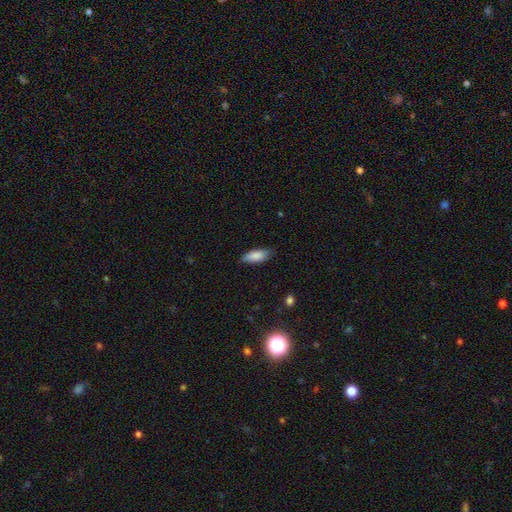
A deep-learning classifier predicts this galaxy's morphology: A smooth galaxy with no disk features (85%) that is in between round and cigar-shaped (75%). Merging: none (78%).